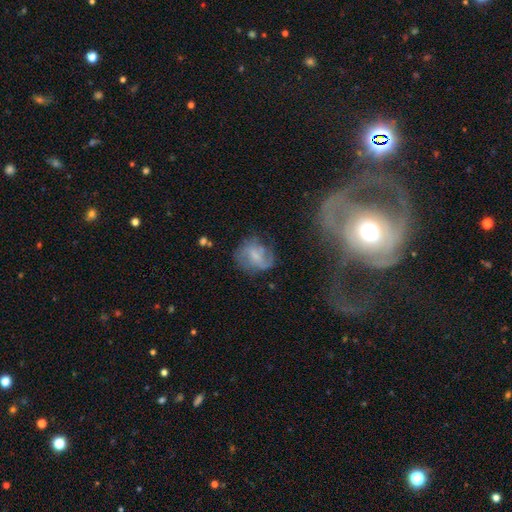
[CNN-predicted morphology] A featured or disk galaxy (56%) with a weak bar (48%), spiral arms (78%) and a small central bulge (43%).

Vote fractions:
- Smooth or featured? featured or disk: 56% / smooth: 35% / star or artifact: 9%
- Edge-on disk? no: 97% / yes: 3%
- Bar? weak: 48% / no: 39% / strong: 13%
- Spiral arms? yes: 78% / no: 22%
- Bulge size? small: 43% / none: 27% / moderate: 26% / large: 3% / dominant: 1%
- Merging? none: 56% / minor disturbance: 24% / major disturbance: 16% / merger: 3%